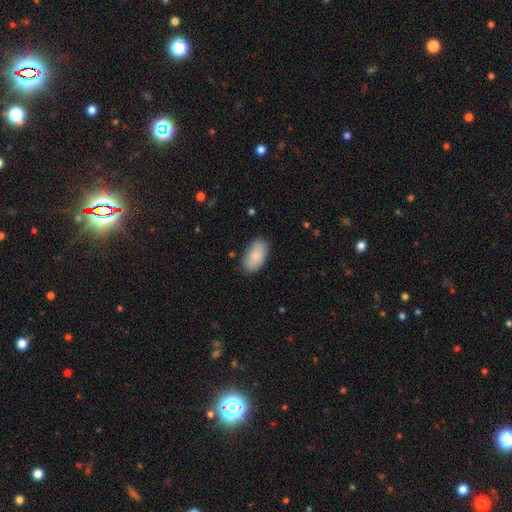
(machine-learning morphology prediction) A smooth galaxy with no disk features (82%) that is in between round and cigar-shaped (94%).

Vote fractions:
- Smooth or featured? smooth: 82% / featured or disk: 12% / star or artifact: 6%
- How rounded? in between: 94% / round: 4% / cigar-shaped: 2%
- Merging? none: 79% / minor disturbance: 16% / major disturbance: 3% / merger: 1%